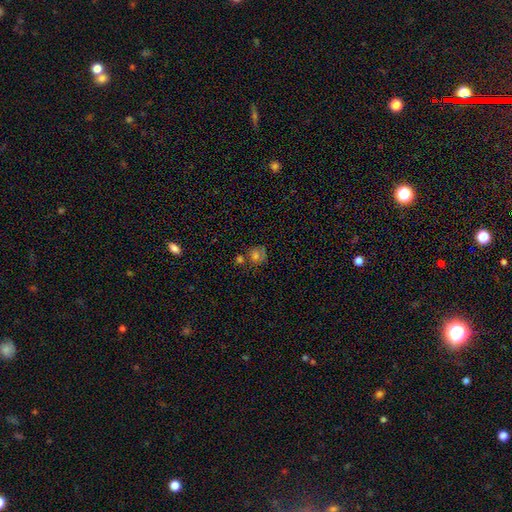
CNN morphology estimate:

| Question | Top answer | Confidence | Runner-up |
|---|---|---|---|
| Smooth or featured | smooth | 62% | star or artifact (21%) |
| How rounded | round | 81% | in between (18%) |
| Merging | none | 52% | merger (18%) |